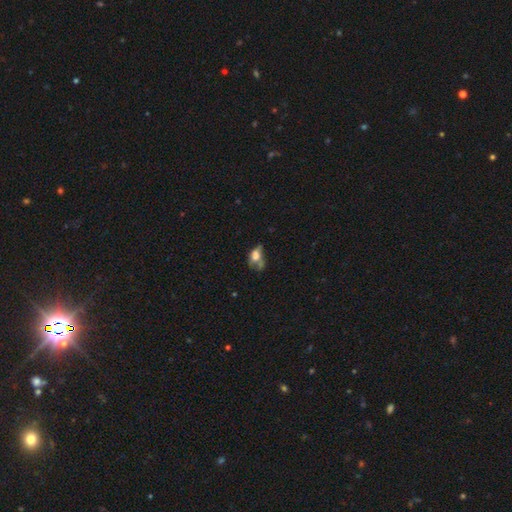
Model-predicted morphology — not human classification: This appears to be a smooth galaxy with no disk features (61%) that is in between round and cigar-shaped (77%). Merging: major disturbance (33%).